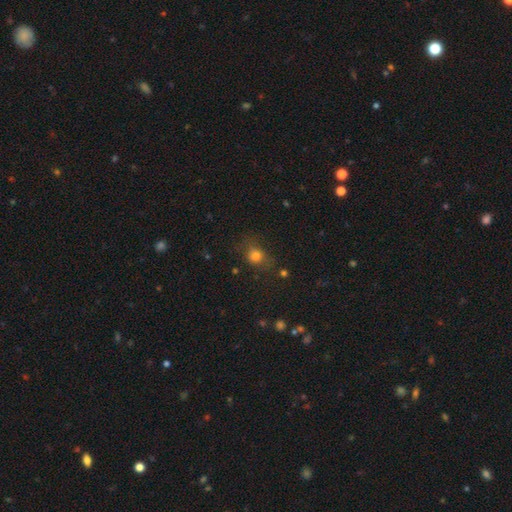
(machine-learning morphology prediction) Smooth or featured?
  - smooth: 74% *
  - star or artifact: 16%
  - featured or disk: 10%
How rounded?
  - round: 61% *
  - in between: 37%
  - cigar-shaped: 2%
Merging?
  - none: 65% *
  - minor disturbance: 21%
  - major disturbance: 12%
  - merger: 3%